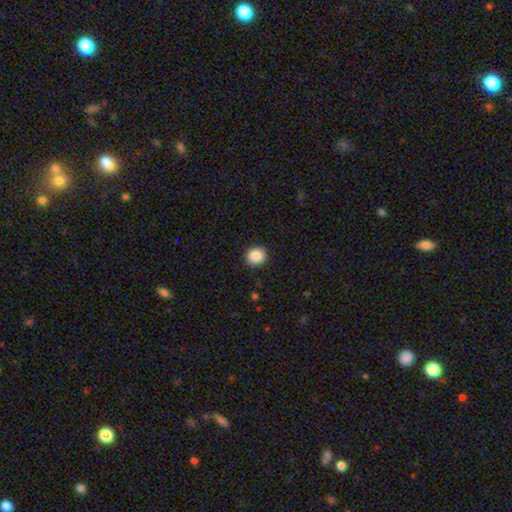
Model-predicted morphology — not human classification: A smooth galaxy with no disk features (88%) that is round (84%). Merging: none (90%).